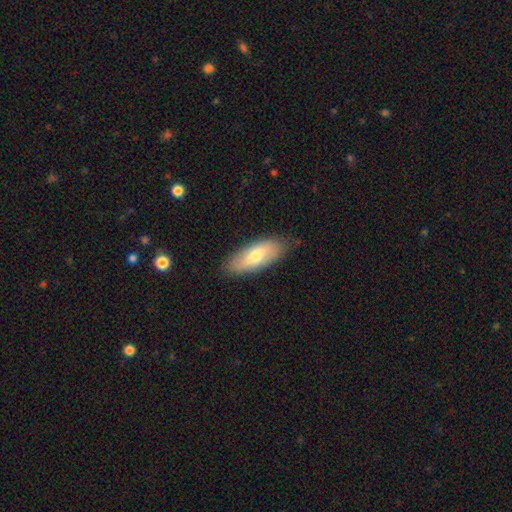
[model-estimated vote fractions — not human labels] A smooth galaxy with no disk features (69%) that is in between round and cigar-shaped (78%). Merging: none (81%).